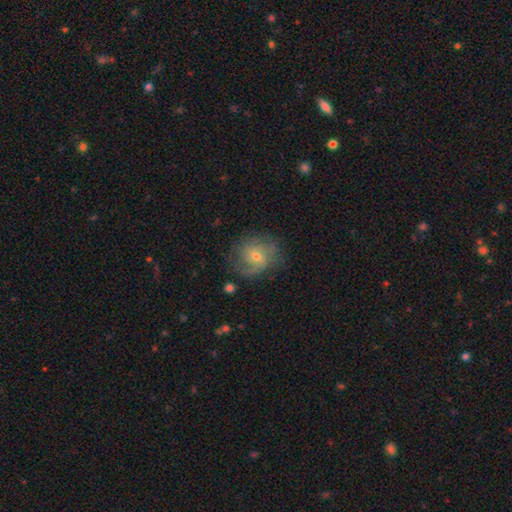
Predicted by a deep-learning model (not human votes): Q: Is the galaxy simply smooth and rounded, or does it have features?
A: featured or disk — 65%.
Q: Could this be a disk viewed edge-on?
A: no — 97%.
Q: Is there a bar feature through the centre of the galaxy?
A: no — 54%.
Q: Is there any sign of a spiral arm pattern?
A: yes — 85%.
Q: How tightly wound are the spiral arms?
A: medium — 42%.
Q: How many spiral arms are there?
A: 2 — 48%.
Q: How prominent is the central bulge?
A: small — 51%.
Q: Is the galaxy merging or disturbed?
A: none — 66%.